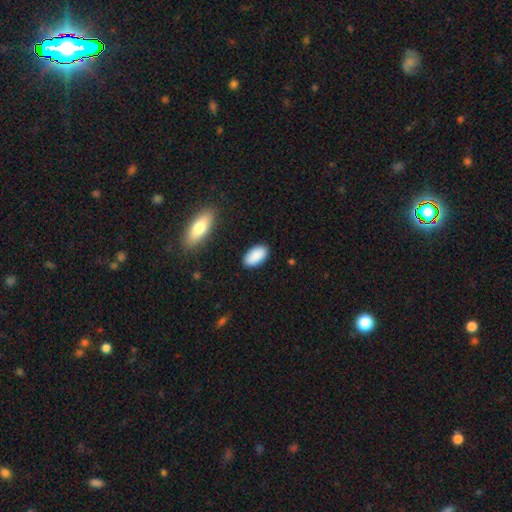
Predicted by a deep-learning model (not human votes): smooth_or_featured: smooth (p=0.89) [alt: star or artifact p=0.06]
how_rounded: in between (p=0.94) [alt: round p=0.03]
merging: none (p=0.86) [alt: minor disturbance p=0.10]